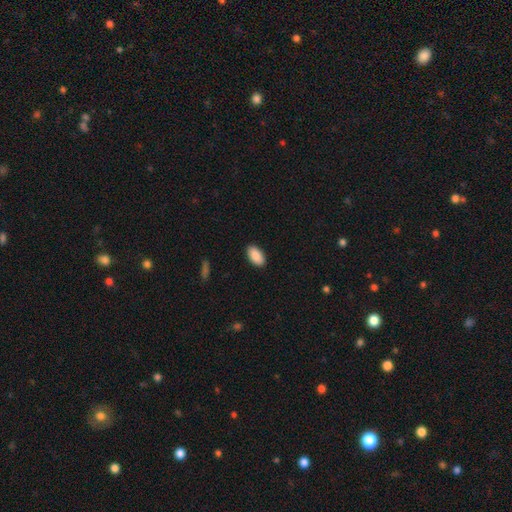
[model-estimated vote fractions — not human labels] Morphology: type=smooth (90%); roundness=in between (95%); merging=none (90%).